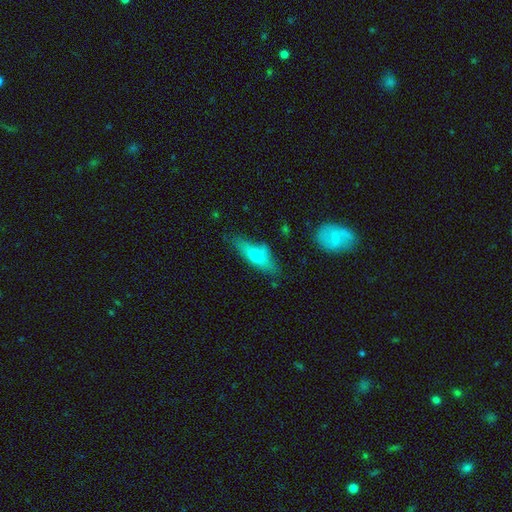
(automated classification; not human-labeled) Smooth or featured?
  - smooth: 55% *
  - featured or disk: 37%
  - star or artifact: 8%
How rounded?
  - in between: 48% *
  - cigar-shaped: 47%
  - round: 5%
Merging?
  - none: 65% *
  - minor disturbance: 23%
  - major disturbance: 8%
  - merger: 4%